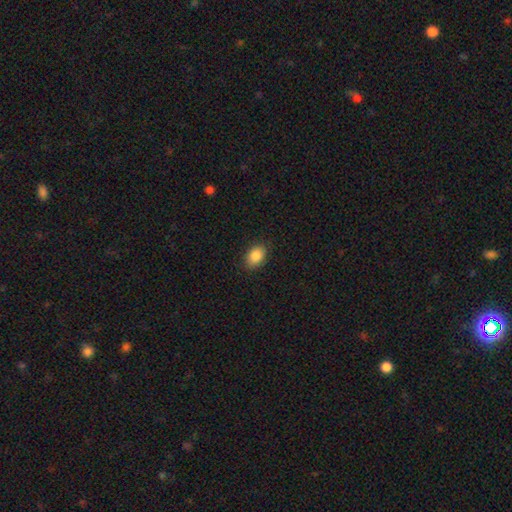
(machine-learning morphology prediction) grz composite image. It shows a smooth galaxy with no disk features (87%) that is in between round and cigar-shaped (80%). Merging: none (87%).